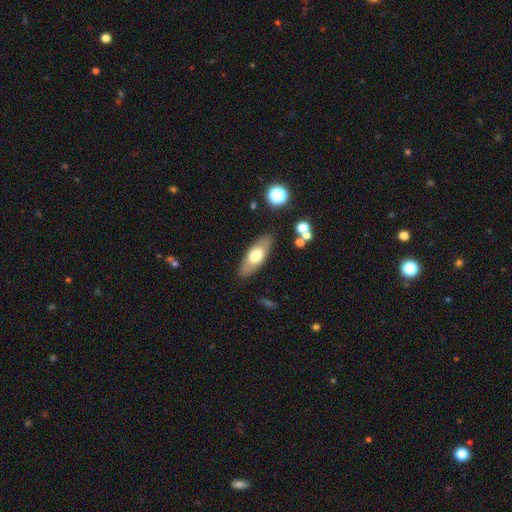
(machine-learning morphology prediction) The model was most divided on "smooth or featured": smooth: 62%, featured or disk: 32%, star or artifact: 6%. More confident: merging — none (85%); how rounded — in between (75%).